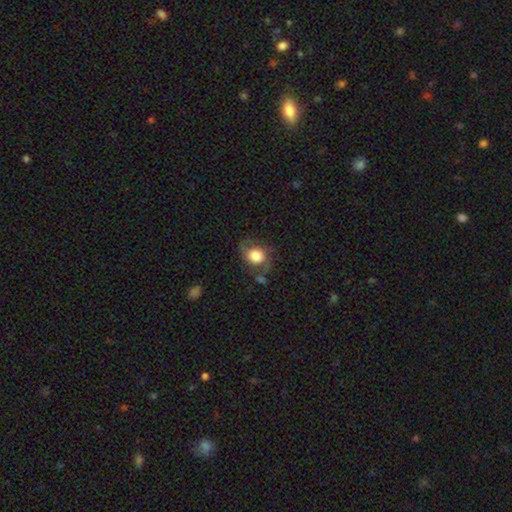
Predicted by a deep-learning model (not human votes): A smooth galaxy with no disk features (57%) that is round (58%).

Vote fractions:
- Smooth or featured? smooth: 57% / featured or disk: 34% / star or artifact: 9%
- How rounded? round: 58% / in between: 41% / cigar-shaped: 1%
- Merging? none: 57% / minor disturbance: 23% / major disturbance: 14% / merger: 5%